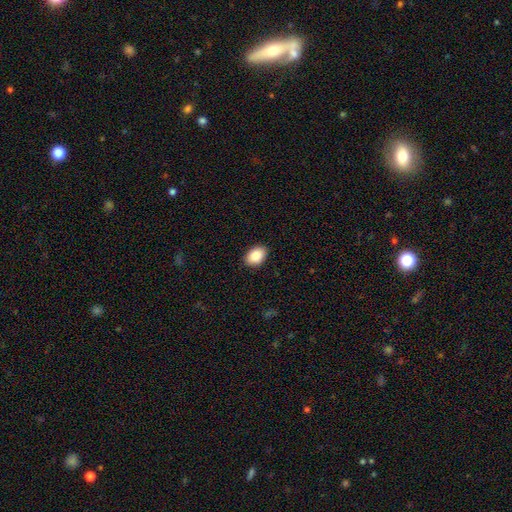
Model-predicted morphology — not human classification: smooth-or-featured: smooth: 86% | star or artifact: 8% | featured or disk: 6%
  how-rounded: in between: 84% | round: 15% | cigar-shaped: 1%
  merging: none: 89% | minor disturbance: 8% | major disturbance: 2% | merger: 1%